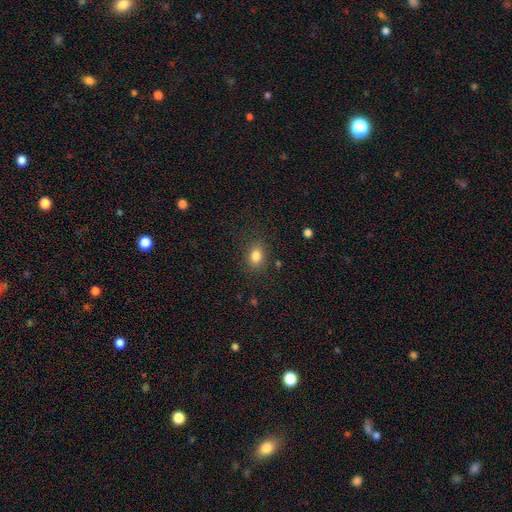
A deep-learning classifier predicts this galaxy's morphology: Smooth or featured? Predicted: smooth (p=0.82). How rounded? Predicted: in between (p=0.54). Merging? Predicted: none (p=0.82).